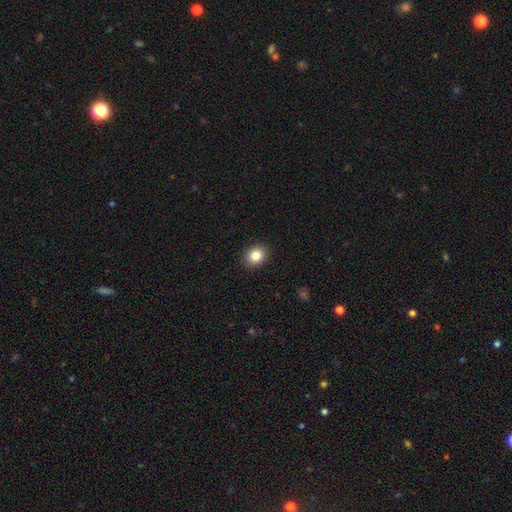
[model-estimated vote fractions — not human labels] smooth 84%, star or artifact 9%, featured or disk 6%. Down the decision tree: how rounded — round (55%); merging — none (91%).